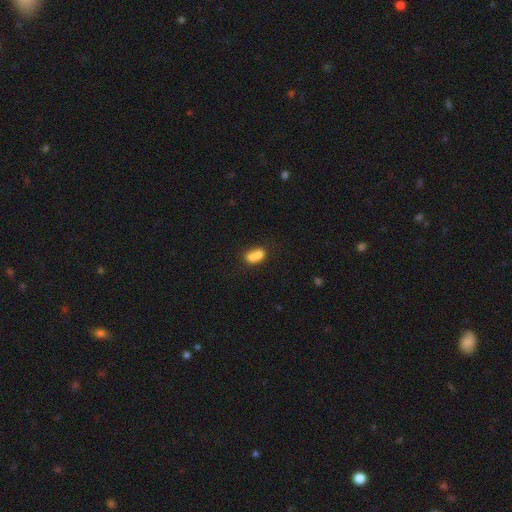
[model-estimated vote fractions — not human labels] Smooth or featured: smooth — 69% (featured or disk — 21%)
How rounded: in between — 51% (round — 47%)
Merging: merger — 69% (none — 21%)